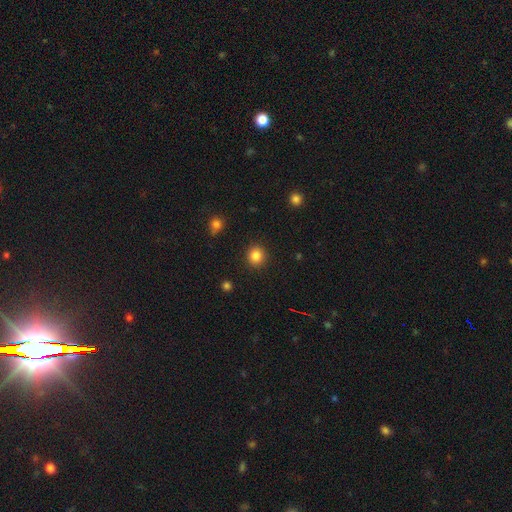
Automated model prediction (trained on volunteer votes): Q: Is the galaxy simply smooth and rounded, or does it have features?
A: smooth — 85%.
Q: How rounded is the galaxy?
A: round — 89%.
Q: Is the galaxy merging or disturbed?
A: none — 91%.